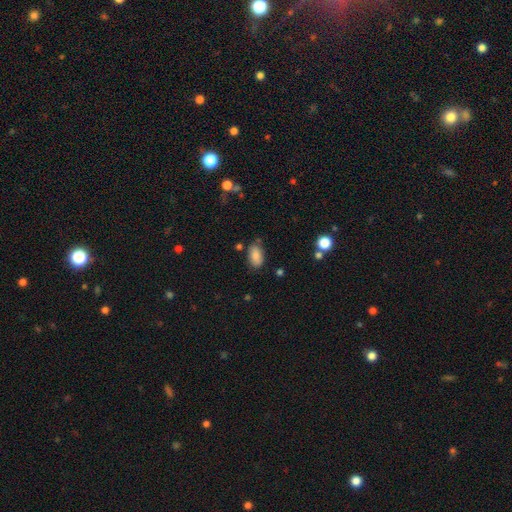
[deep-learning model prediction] The model was most divided on "merging": none: 73%, minor disturbance: 19%, major disturbance: 4%, merger: 4%. More confident: how rounded — in between (92%); smooth or featured — smooth (83%).